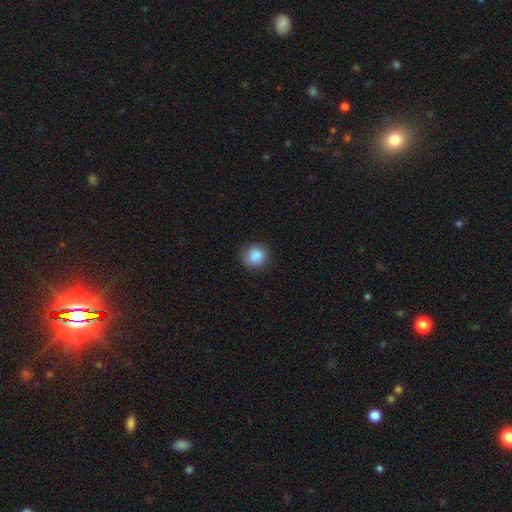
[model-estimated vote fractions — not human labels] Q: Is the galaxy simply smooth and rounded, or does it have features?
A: smooth — 88%.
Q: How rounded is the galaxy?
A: round — 89%.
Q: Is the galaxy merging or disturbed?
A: none — 88%.